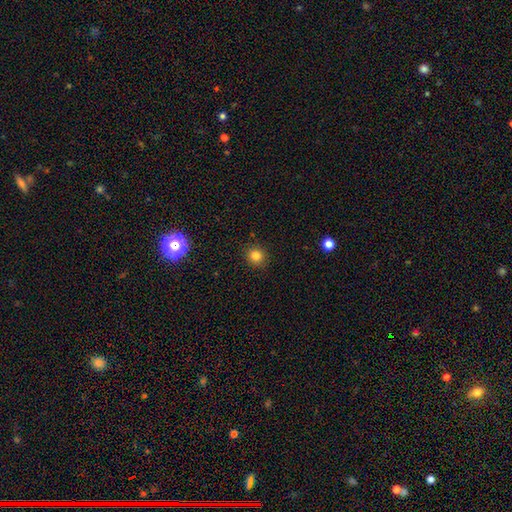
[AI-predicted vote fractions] Smooth or featured: smooth — 81% (star or artifact — 13%)
How rounded: round — 90% (in between — 9%)
Merging: none — 90% (minor disturbance — 6%)